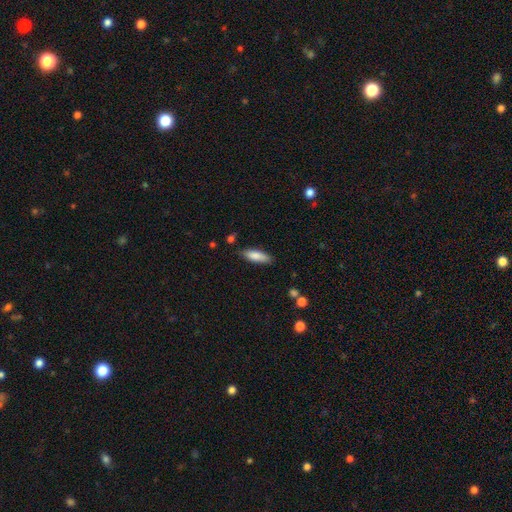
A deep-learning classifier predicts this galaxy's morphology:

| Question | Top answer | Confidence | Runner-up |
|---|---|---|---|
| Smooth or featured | smooth | 83% | featured or disk (11%) |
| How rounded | in between | 55% | cigar-shaped (44%) |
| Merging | none | 82% | minor disturbance (13%) |